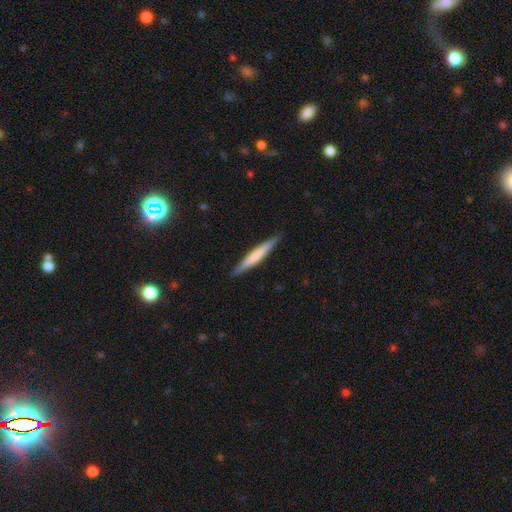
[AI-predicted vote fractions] This is possibly a smooth galaxy (54%). How rounded: clearly cigar-shaped (96%). Merging: clearly none (91%).